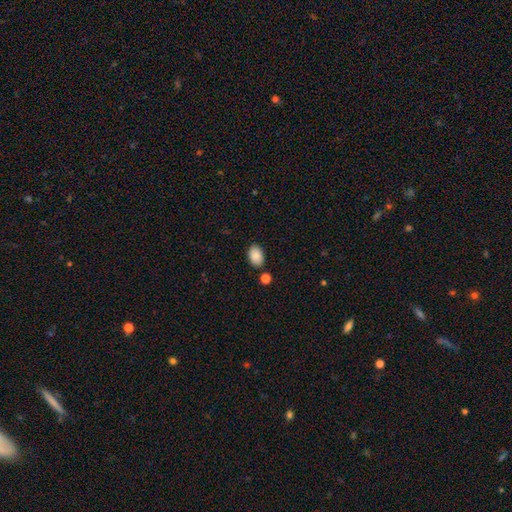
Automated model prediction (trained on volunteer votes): The model was most divided on "merging": none: 82%, minor disturbance: 11%, merger: 5%, major disturbance: 2%. More confident: how rounded — in between (91%); smooth or featured — smooth (88%).